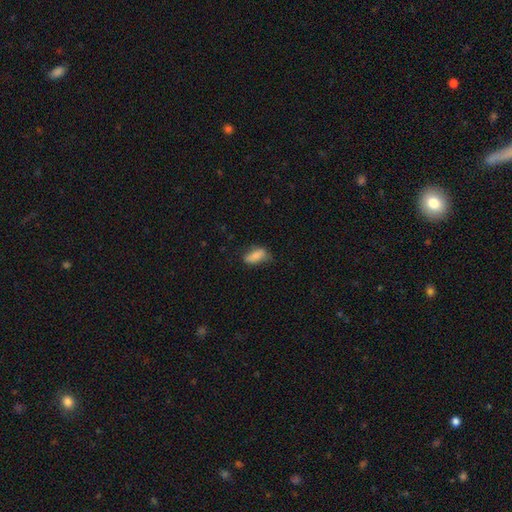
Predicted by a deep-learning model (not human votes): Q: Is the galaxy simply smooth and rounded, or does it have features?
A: smooth — 78%.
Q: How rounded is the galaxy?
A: in between — 83%.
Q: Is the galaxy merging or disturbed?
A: none — 60%.